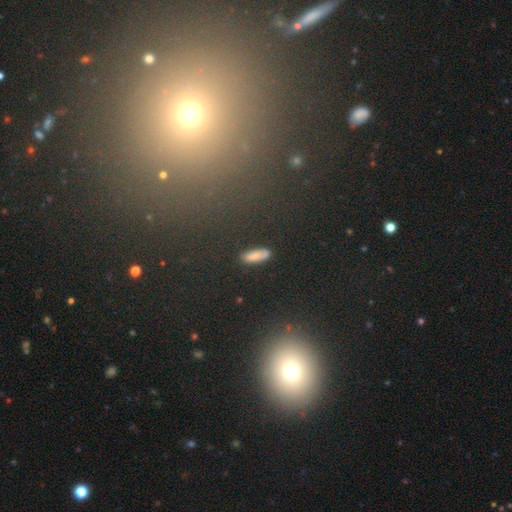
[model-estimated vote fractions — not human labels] smooth-or-featured: smooth: 73% | star or artifact: 17% | featured or disk: 9%
  how-rounded: in between: 60% | cigar-shaped: 34% | round: 6%
  merging: none: 79% | minor disturbance: 13% | major disturbance: 4% | merger: 4%